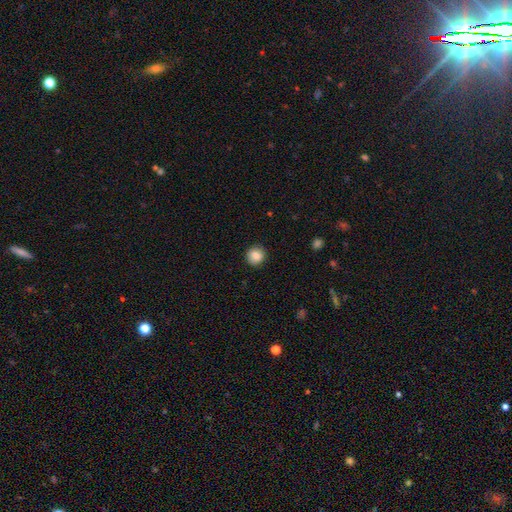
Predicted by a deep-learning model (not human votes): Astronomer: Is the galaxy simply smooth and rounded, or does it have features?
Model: smooth — 85%.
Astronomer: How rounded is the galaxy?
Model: round — 91%.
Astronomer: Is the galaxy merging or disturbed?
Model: none — 90%.